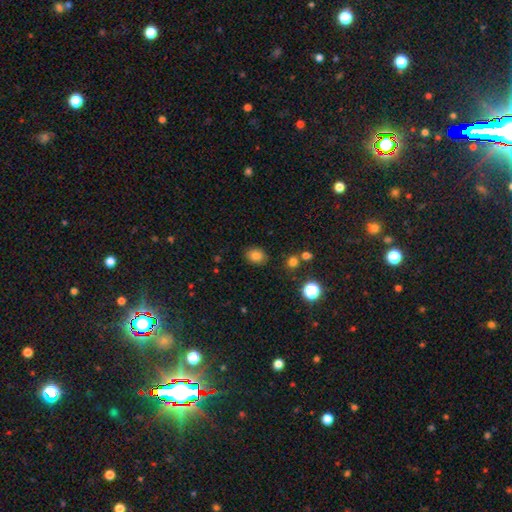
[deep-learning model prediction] Smooth or featured?
  - smooth: 80% *
  - star or artifact: 13%
  - featured or disk: 7%
How rounded?
  - in between: 50% *
  - round: 49%
  - cigar-shaped: 1%
Merging?
  - none: 83% *
  - minor disturbance: 12%
  - major disturbance: 3%
  - merger: 2%